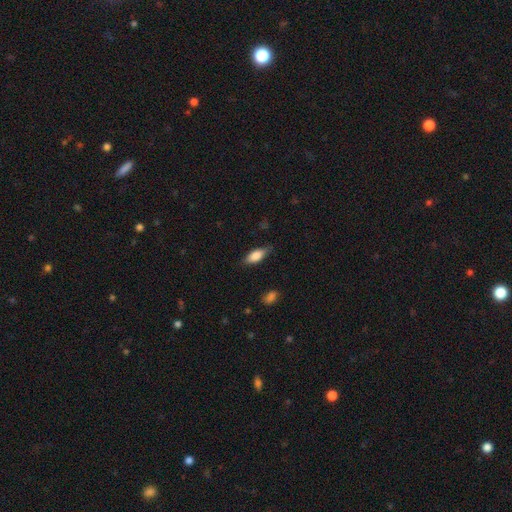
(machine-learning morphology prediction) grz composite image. It shows a smooth galaxy with no disk features (77%) that is in between round and cigar-shaped (76%). Merging: none (76%).